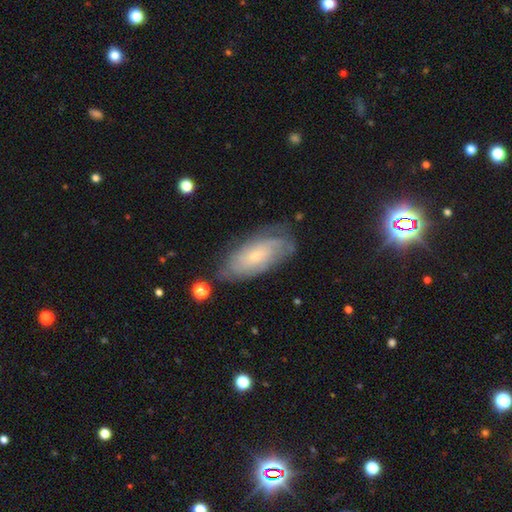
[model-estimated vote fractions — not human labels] Morphology: type=featured or disk (63%); edge-on=no (88%); bar=no (78%); spiral arms=yes (83%); bulge=small (77%); merging=none (70%).